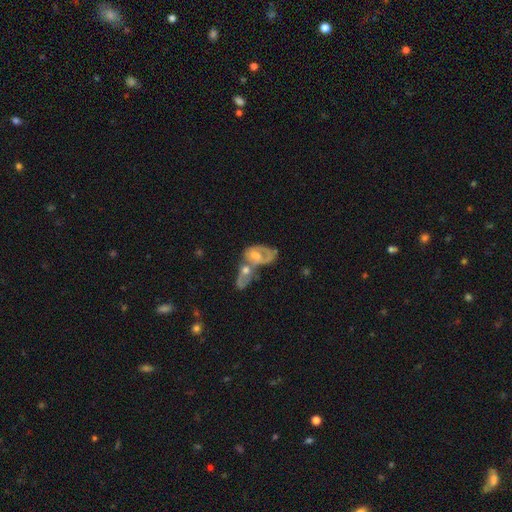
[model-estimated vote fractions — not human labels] featured or disk 57%, smooth 35%, star or artifact 7%. Down the decision tree: edge-on disk — no (94%); bar — no (71%); spiral arms — no (52%); bulge size — moderate (60%); merging — merger (75%).